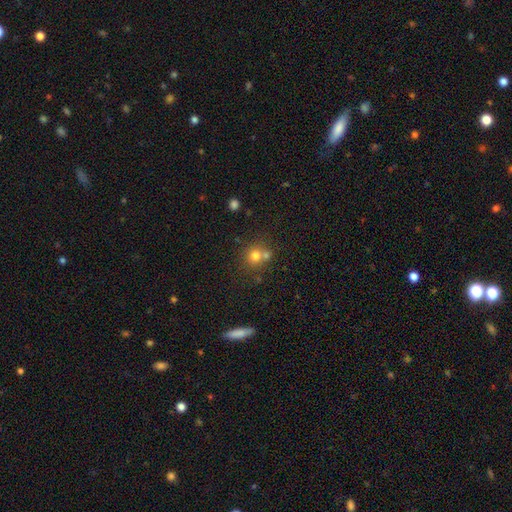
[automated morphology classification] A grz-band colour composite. It shows a smooth galaxy with no disk features (74%) that is round (85%). Merging: none (52%).